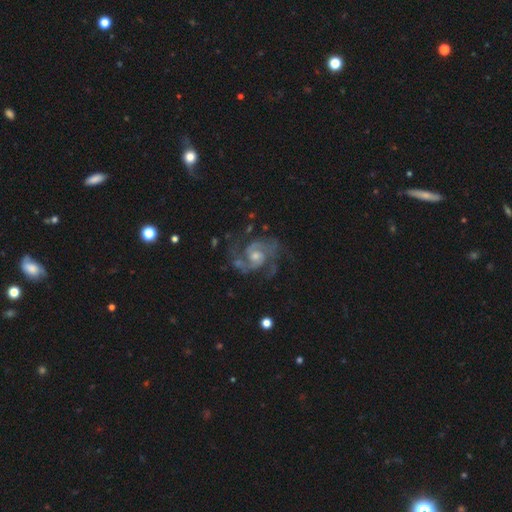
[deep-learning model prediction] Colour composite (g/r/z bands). It shows a featured or disk galaxy (89%) with no bar (60%), 2 (70%) medium (57%) spiral arms (97%) and a moderate central bulge (49%). Merging: none (68%).